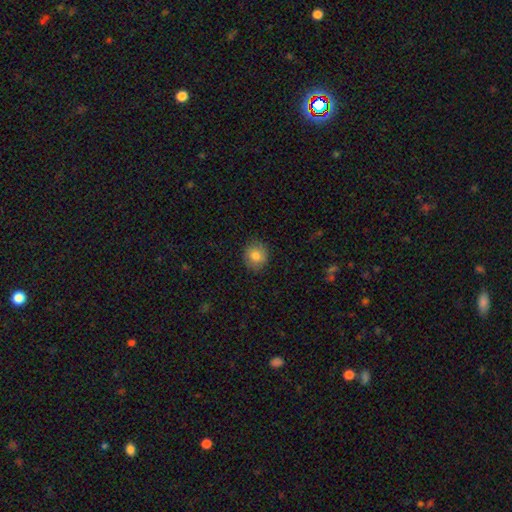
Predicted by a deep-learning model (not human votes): smooth_or_featured: smooth (p=0.79) [alt: featured or disk p=0.12]
how_rounded: round (p=0.79) [alt: in between p=0.20]
merging: none (p=0.85) [alt: minor disturbance p=0.11]